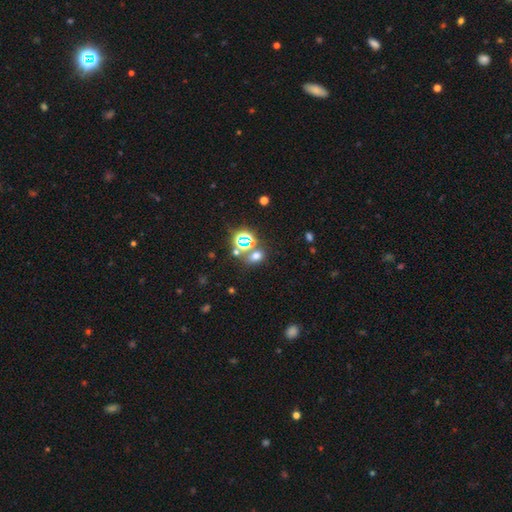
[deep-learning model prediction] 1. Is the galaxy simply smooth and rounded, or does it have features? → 56% smooth, 36% star or artifact, 8% featured or disk.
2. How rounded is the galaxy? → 55% in between, 43% round, 2% cigar-shaped.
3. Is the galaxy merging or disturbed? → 68% none, 17% merger, 10% minor disturbance, 5% major disturbance.